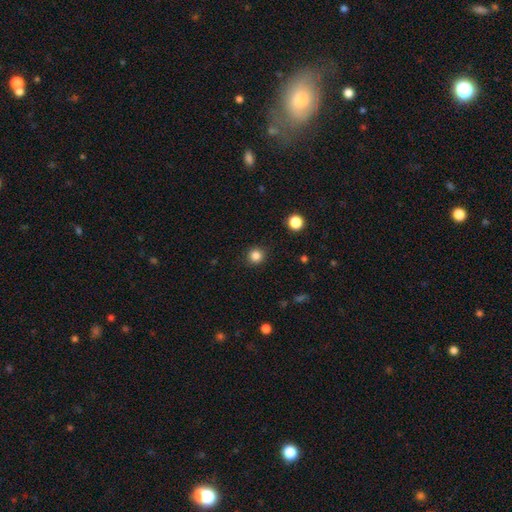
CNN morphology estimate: The model was most divided on "smooth or featured": smooth: 84%, star or artifact: 12%, featured or disk: 4%. More confident: how rounded — round (93%); merging — none (91%).